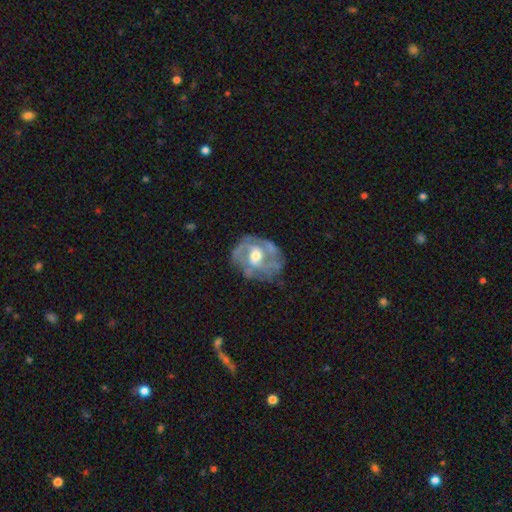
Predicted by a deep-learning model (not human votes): Overall: featured or disk (80%). Edge-on disk: no (97%). Bar: no (57%; weak 34%). Spiral arms: yes (82%). Spiral arm count: 2 (33%; can't tell 31%). Spiral winding: medium (43%; tight 40%). Bulge size: moderate (68%). Merging: none (58%; minor disturbance 22%).